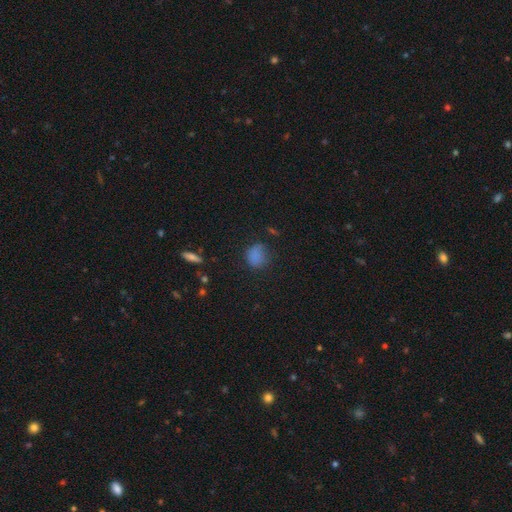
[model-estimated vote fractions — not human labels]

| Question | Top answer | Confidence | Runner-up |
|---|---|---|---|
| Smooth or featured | smooth | 77% | star or artifact (15%) |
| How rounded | round | 73% | in between (25%) |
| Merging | none | 64% | minor disturbance (25%) |